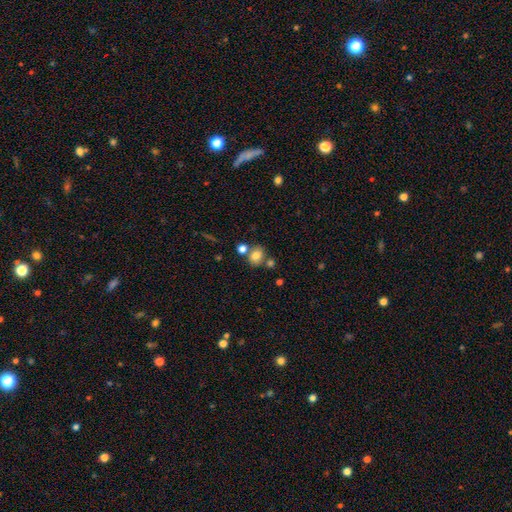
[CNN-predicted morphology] This is likely a smooth galaxy (77%). How rounded: possibly round (56%). Merging: likely none (62%).